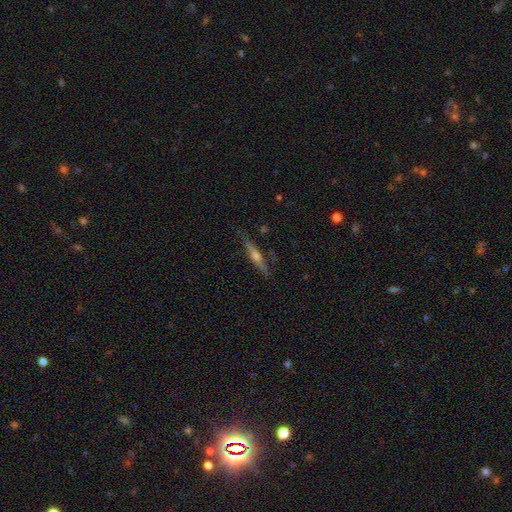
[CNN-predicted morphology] featured or disk 71%, smooth 22%, star or artifact 7%. Down the decision tree: edge-on disk — yes (97%); edge-on bulge — rounded (84%); merging — none (82%).